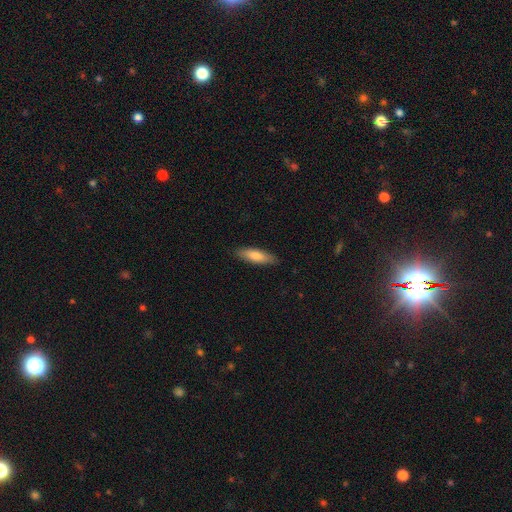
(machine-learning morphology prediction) smooth 79%, featured or disk 16%, star or artifact 5%. Down the decision tree: how rounded — cigar-shaped (55%); merging — none (87%).